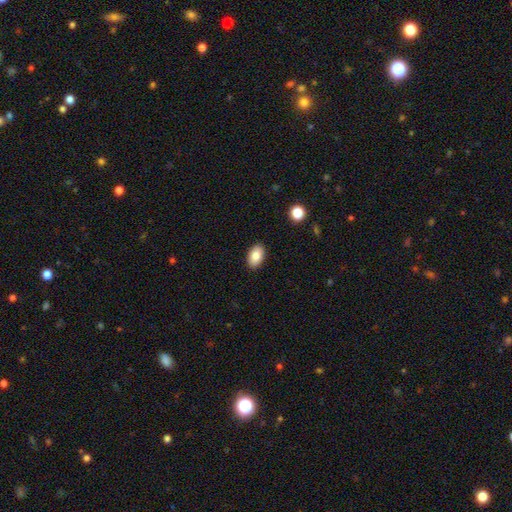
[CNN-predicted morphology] This is clearly a smooth galaxy (85%). How rounded: clearly in between (93%). Merging: clearly none (89%).